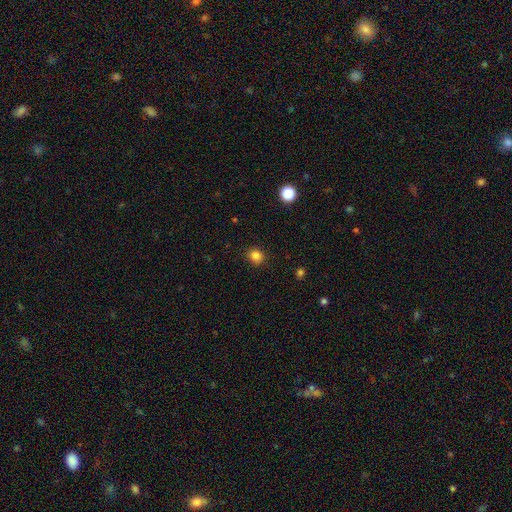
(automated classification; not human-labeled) Q: Smooth or featured?
A: smooth (83%); runner-up: star or artifact (12%)
Q: How rounded?
A: round (73%); runner-up: in between (26%)
Q: Merging?
A: none (88%); runner-up: minor disturbance (9%)